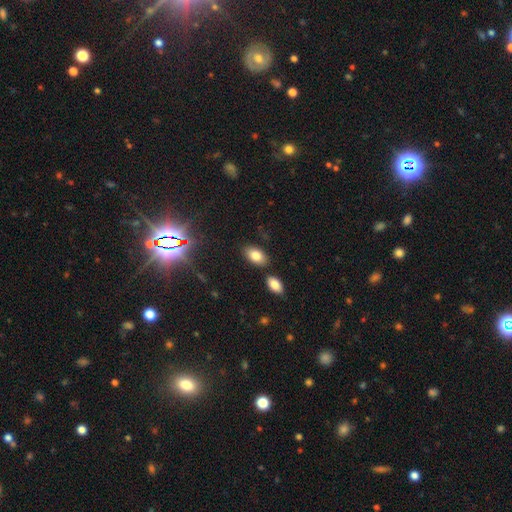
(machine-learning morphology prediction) Smooth or featured?
  - smooth: 79% *
  - featured or disk: 11%
  - star or artifact: 11%
How rounded?
  - in between: 91% *
  - round: 7%
  - cigar-shaped: 2%
Merging?
  - none: 80% *
  - minor disturbance: 10%
  - merger: 7%
  - major disturbance: 3%